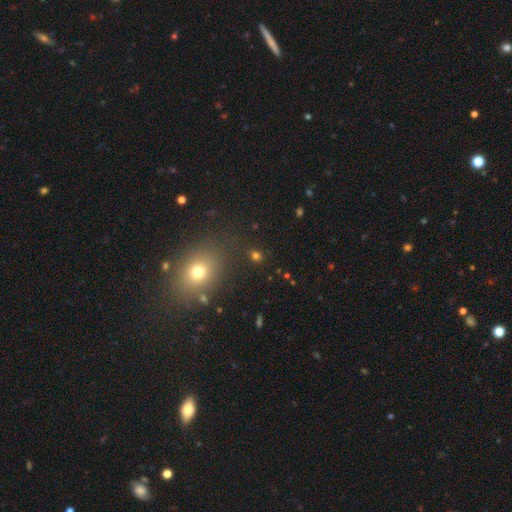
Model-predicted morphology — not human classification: Smooth or featured? Predicted: smooth (p=0.73). How rounded? Predicted: round (p=0.61). Merging? Predicted: none (p=0.83).